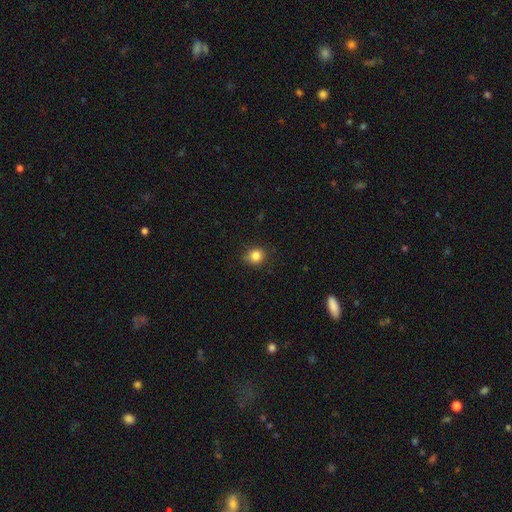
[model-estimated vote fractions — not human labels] Smooth or featured? smooth (84%)
How rounded? round (84%)
Merging? none (84%)